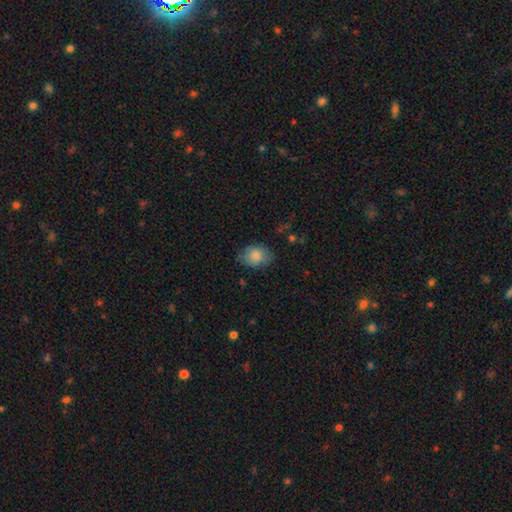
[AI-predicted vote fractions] A smooth galaxy with no disk features (84%) that is in between round and cigar-shaped (67%). Merging: none (75%).